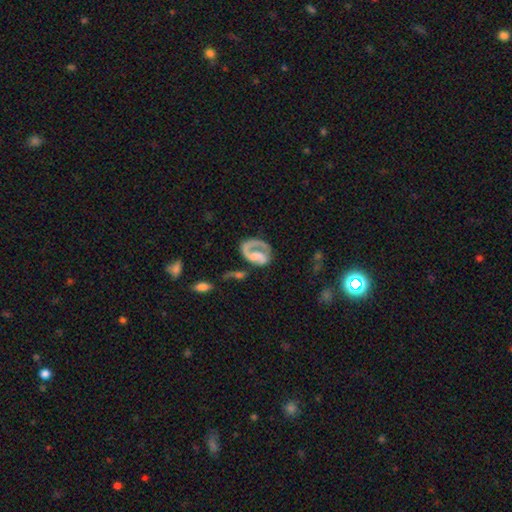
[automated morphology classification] Smooth or featured?
  - featured or disk: 75% *
  - smooth: 18%
  - star or artifact: 7%
Edge-on disk?
  - no: 98% *
  - yes: 2%
Bar?
  - no: 57% *
  - weak: 30%
  - strong: 13%
Spiral arms?
  - yes: 86% *
  - no: 14%
Spiral winding?
  - medium: 39% *
  - tight: 34%
  - loose: 27%
Spiral arm count?
  - 1: 71% *
  - 2: 21%
  - can't tell: 4%
  - 3: 1%
  - 4: 1%
  - more than 4: 1%
Bulge size?
  - none: 51% *
  - moderate: 17%
  - small: 17%
  - large: 12%
  - dominant: 3%
Merging?
  - none: 41% *
  - major disturbance: 34%
  - minor disturbance: 17%
  - merger: 8%